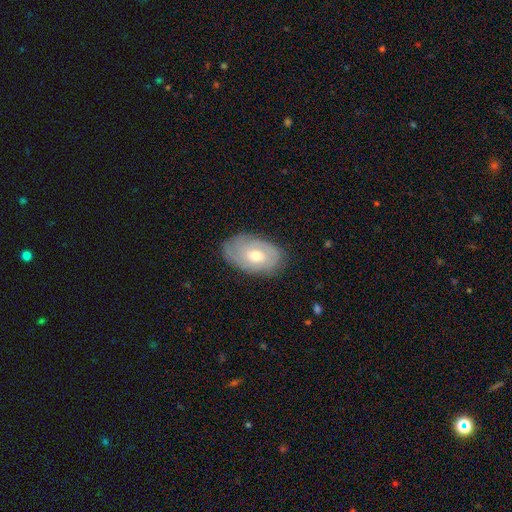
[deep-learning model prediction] A featured or disk galaxy (53%). Merging: none (76%).